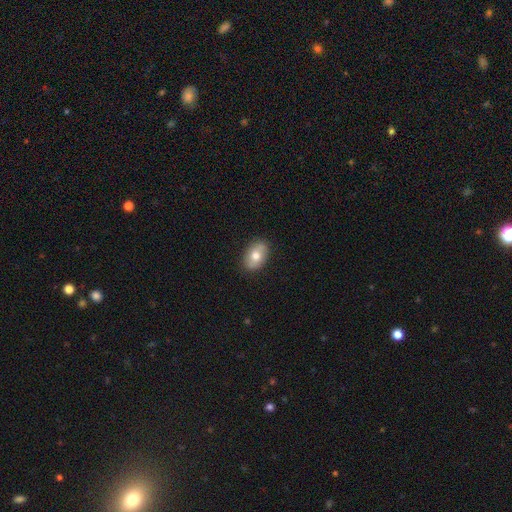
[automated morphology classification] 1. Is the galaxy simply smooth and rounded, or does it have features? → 70% smooth, 23% featured or disk, 7% star or artifact.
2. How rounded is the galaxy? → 85% in between, 13% round, 1% cigar-shaped.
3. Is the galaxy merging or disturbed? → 86% none, 11% minor disturbance, 2% major disturbance, 1% merger.